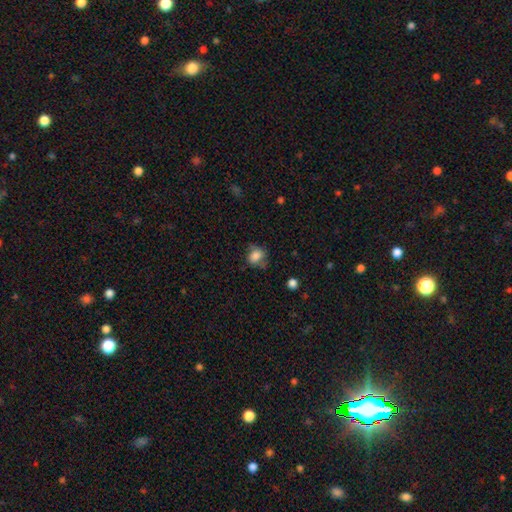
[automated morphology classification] The model was most divided on "how rounded": in between: 50%, round: 49%, cigar-shaped: 1%. More confident: smooth or featured — smooth (80%); merging — none (54%).